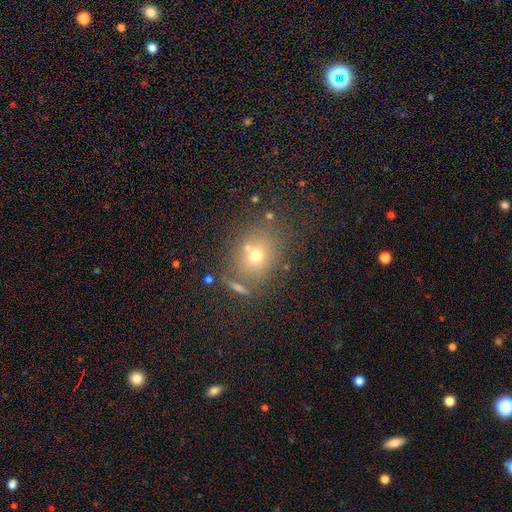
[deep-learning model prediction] smooth-or-featured: smooth: 64% | star or artifact: 18% | featured or disk: 18%
  how-rounded: round: 60% | in between: 39% | cigar-shaped: 1%
  merging: none: 65% | merger: 15% | minor disturbance: 13% | major disturbance: 6%